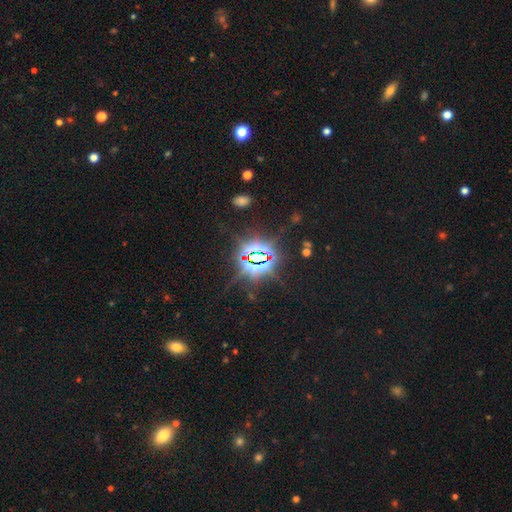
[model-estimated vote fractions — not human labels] smooth_or_featured: star or artifact (p=0.84) [alt: smooth p=0.08]